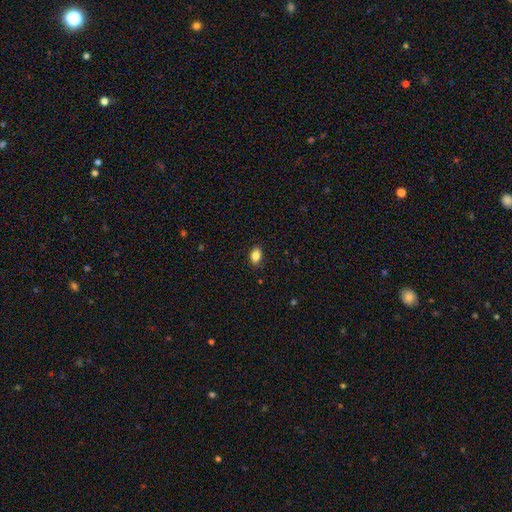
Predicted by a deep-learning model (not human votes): Smooth or featured: smooth — 86% (star or artifact — 9%)
How rounded: in between — 85% (round — 13%)
Merging: none — 88% (minor disturbance — 9%)